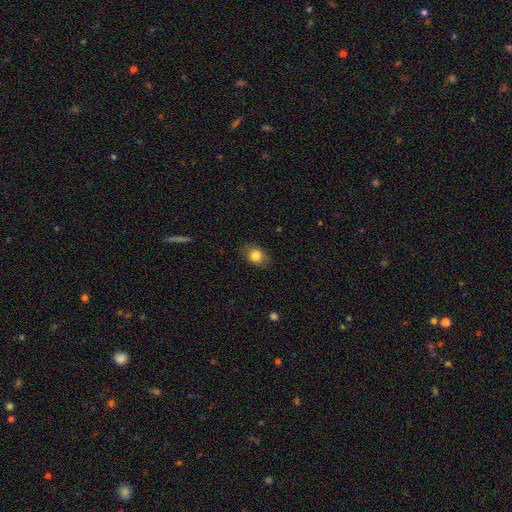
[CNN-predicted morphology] smooth-or-featured: smooth: 82% | star or artifact: 9% | featured or disk: 8%
  how-rounded: in between: 58% | round: 41% | cigar-shaped: 1%
  merging: none: 83% | minor disturbance: 13% | major disturbance: 3% | merger: 1%